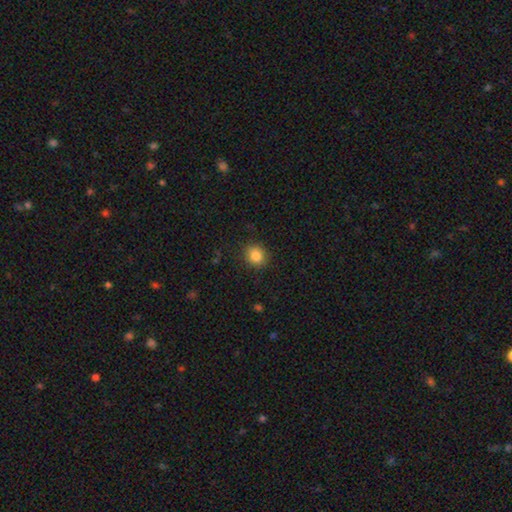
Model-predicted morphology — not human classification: A smooth galaxy with no disk features (85%) that is round (79%).

Vote fractions:
- Smooth or featured? smooth: 85% / star or artifact: 10% / featured or disk: 5%
- How rounded? round: 79% / in between: 20% / cigar-shaped: 1%
- Merging? none: 88% / minor disturbance: 8% / major disturbance: 3% / merger: 1%